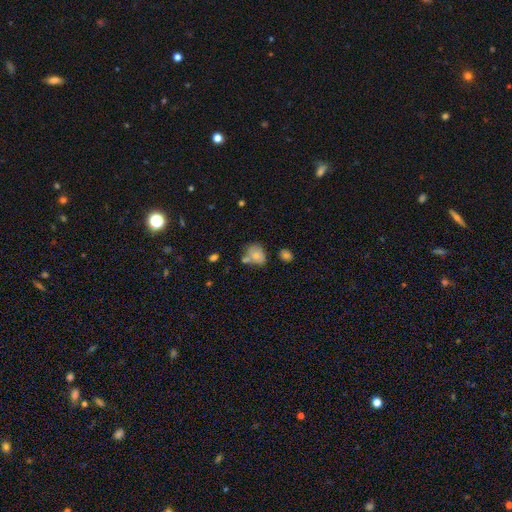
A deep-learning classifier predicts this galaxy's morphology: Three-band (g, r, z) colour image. It shows a smooth galaxy with no disk features (68%) that is in between round and cigar-shaped (52%). Merging: none (45%).